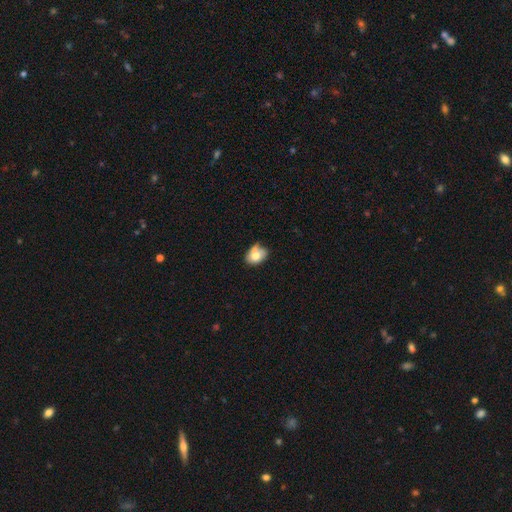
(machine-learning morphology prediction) This is likely a smooth galaxy (69%). How rounded: likely in between (63%). Merging: marginally none (39%).